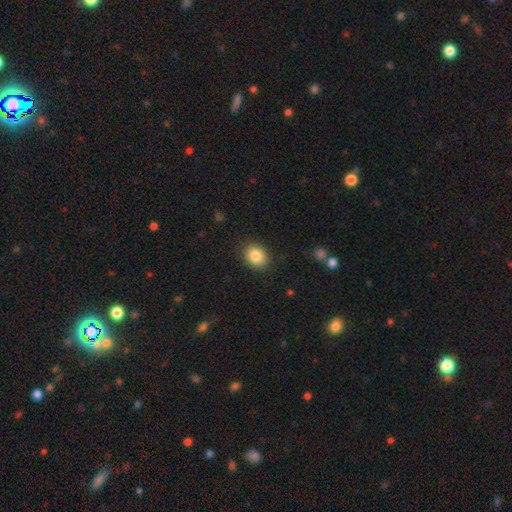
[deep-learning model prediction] This is clearly a smooth galaxy (85%). How rounded: possibly in between (58%). Merging: clearly none (87%).